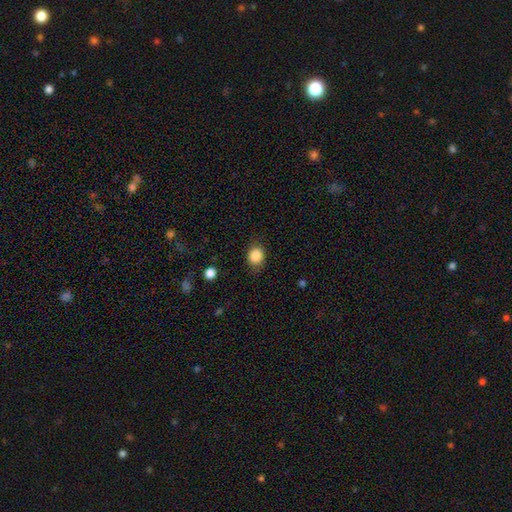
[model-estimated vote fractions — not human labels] Overall: smooth (87%). How rounded: round (65%; in between 34%). Merging: none (80%).